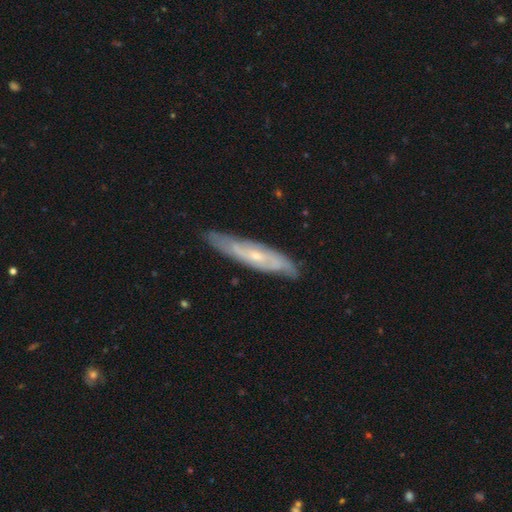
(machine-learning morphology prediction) smooth_or_featured: featured or disk (p=0.71) [alt: smooth p=0.23]
disk_edge_on: no (p=0.57) [alt: yes p=0.43]
merging: none (p=0.81) [alt: minor disturbance p=0.15]